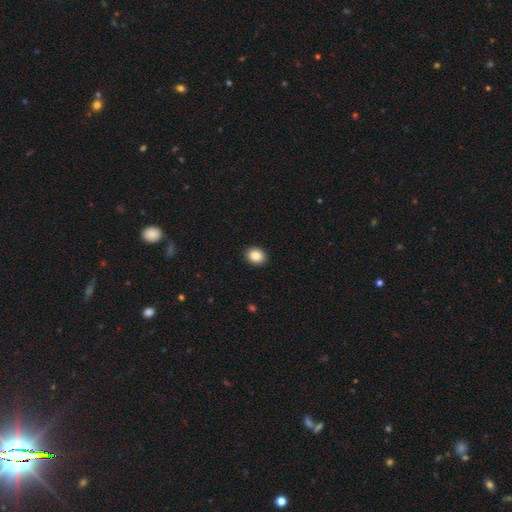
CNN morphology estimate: type=smooth (88%); roundness=round (51%); merging=none (91%).